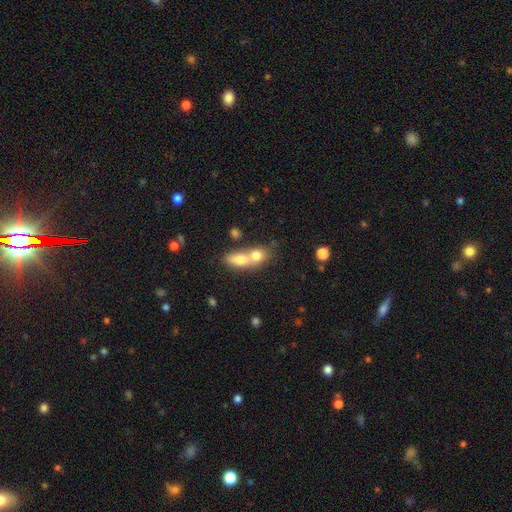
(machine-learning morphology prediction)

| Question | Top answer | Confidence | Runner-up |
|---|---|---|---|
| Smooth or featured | smooth | 63% | featured or disk (23%) |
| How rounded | in between | 58% | round (30%) |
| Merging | merger | 68% | none (23%) |